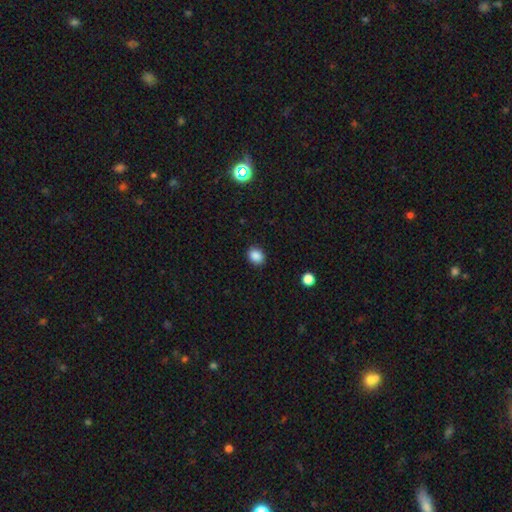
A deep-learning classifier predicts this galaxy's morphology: smooth 87%, star or artifact 10%, featured or disk 3%. Down the decision tree: how rounded — round (51%); merging — none (90%).